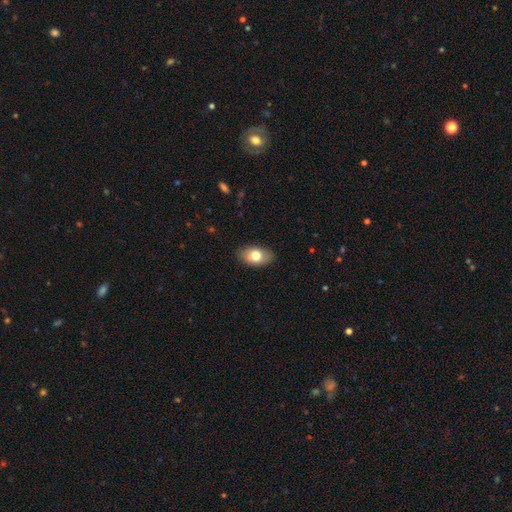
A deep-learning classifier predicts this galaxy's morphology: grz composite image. It shows a smooth galaxy with no disk features (75%) that is in between round and cigar-shaped (91%). Merging: none (86%).